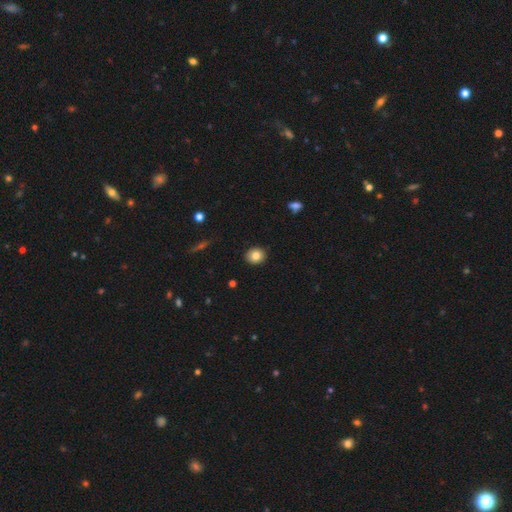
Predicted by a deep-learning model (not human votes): Smooth or featured? Predicted: smooth (p=0.83). How rounded? Predicted: round (p=0.77). Merging? Predicted: none (p=0.91).